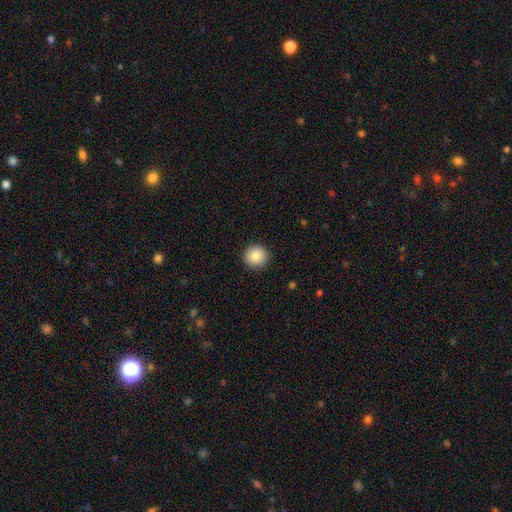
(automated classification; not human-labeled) Smooth or featured? Predicted: smooth (p=0.86). How rounded? Predicted: round (p=0.93). Merging? Predicted: none (p=0.92).